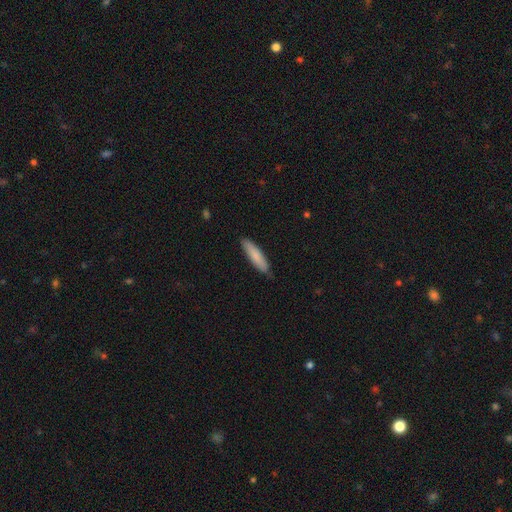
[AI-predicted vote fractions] smooth 83%, featured or disk 12%, star or artifact 5%. Down the decision tree: how rounded — cigar-shaped (74%); merging — none (84%).